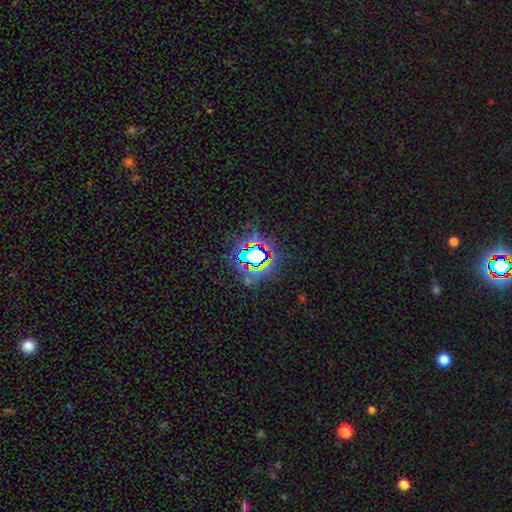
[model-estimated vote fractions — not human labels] A star or artifact, not a galaxy (73%).

Vote fractions:
- Smooth or featured? star or artifact: 73% / smooth: 15% / featured or disk: 12%